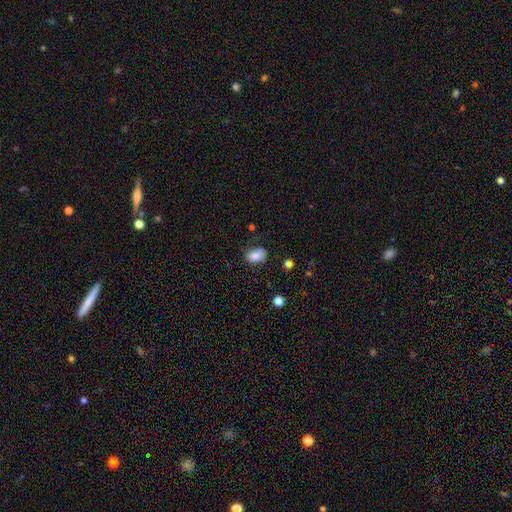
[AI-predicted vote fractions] This is clearly a smooth galaxy (81%). How rounded: clearly in between (82%). Merging: likely none (70%).